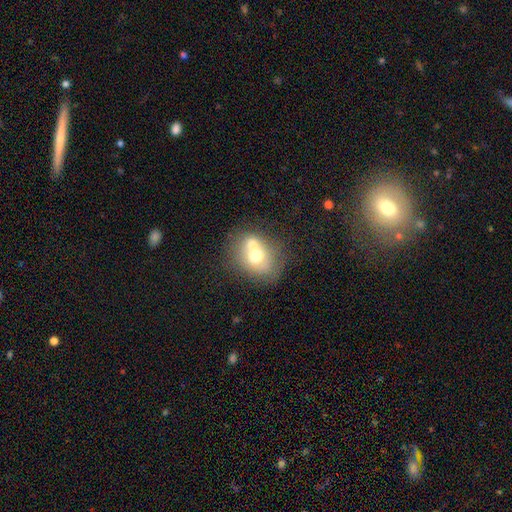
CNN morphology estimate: Smooth or featured: smooth — 63% (featured or disk — 27%)
How rounded: round — 59% (in between — 40%)
Merging: merger — 55% (none — 32%)